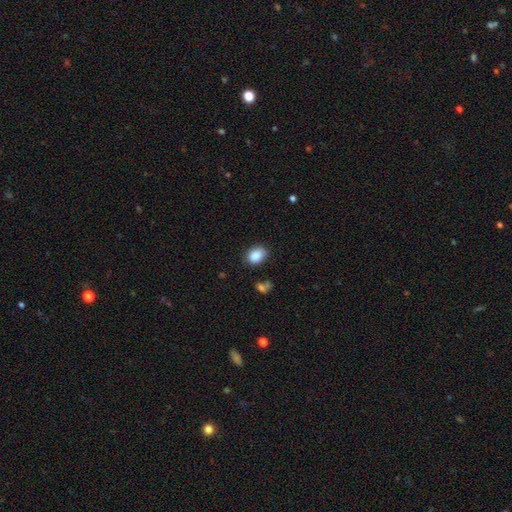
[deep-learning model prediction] The model was most divided on "how rounded": in between: 73%, round: 26%, cigar-shaped: 1%. More confident: smooth or featured — smooth (87%); merging — none (80%).